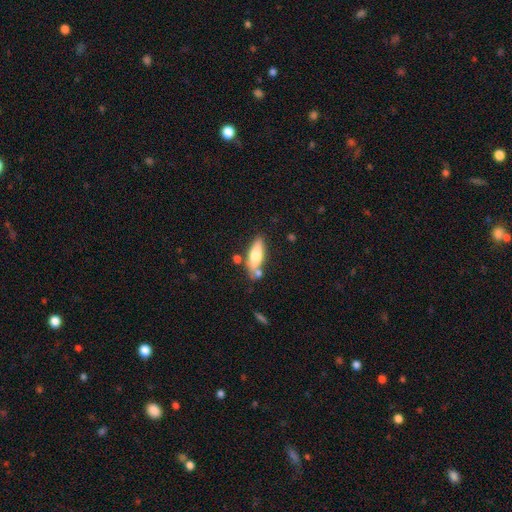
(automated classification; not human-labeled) This is likely a smooth galaxy (64%). How rounded: possibly in between (60%). Merging: likely none (67%).